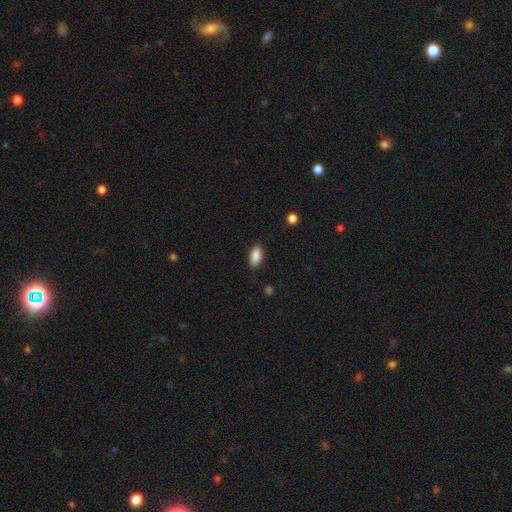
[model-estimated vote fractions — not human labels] Overall: smooth (88%). How rounded: in between (91%). Merging: none (85%).